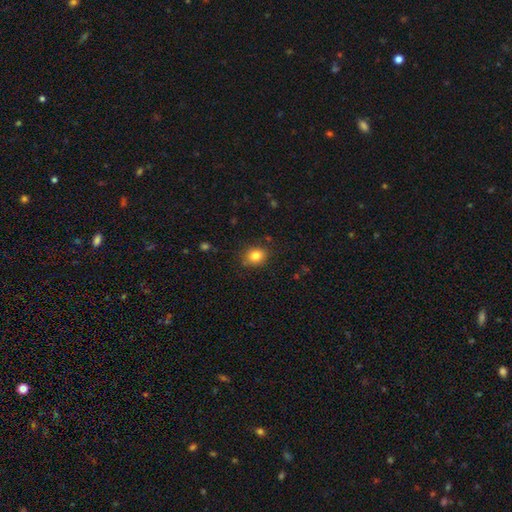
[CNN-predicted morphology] type=smooth (83%); roundness=round (56%); merging=none (83%).